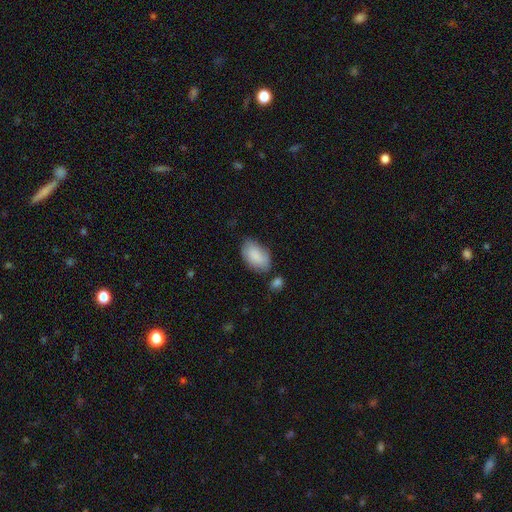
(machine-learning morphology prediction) Smooth or featured? Predicted: smooth (p=0.86). How rounded? Predicted: in between (p=0.93). Merging? Predicted: none (p=0.61).